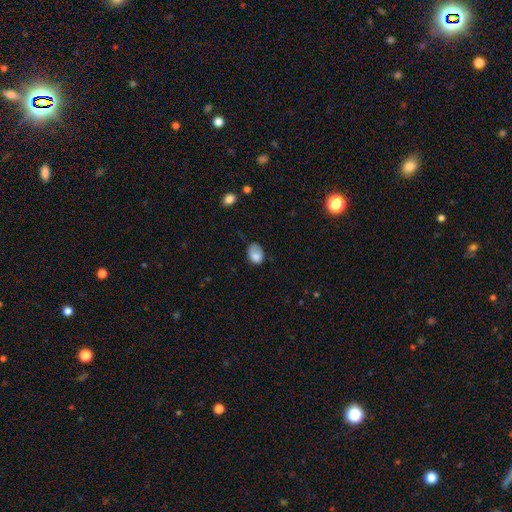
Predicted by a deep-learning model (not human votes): smooth_or_featured: smooth (p=0.80) [alt: featured or disk p=0.11]
how_rounded: in between (p=0.75) [alt: round p=0.24]
merging: none (p=0.41) [alt: minor disturbance p=0.38]